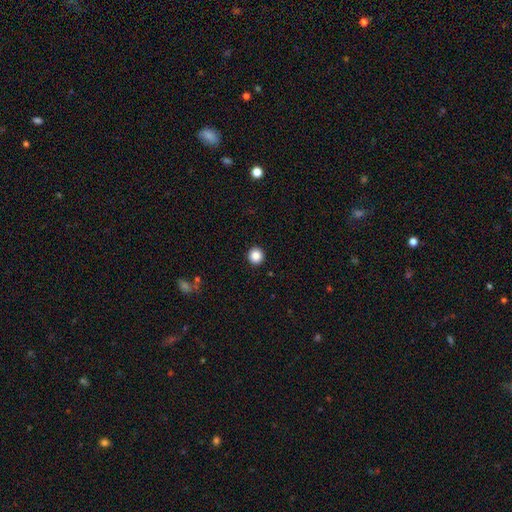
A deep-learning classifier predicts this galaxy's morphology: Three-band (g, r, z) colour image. It shows a smooth galaxy with no disk features (87%) that is round (94%). Merging: none (93%).